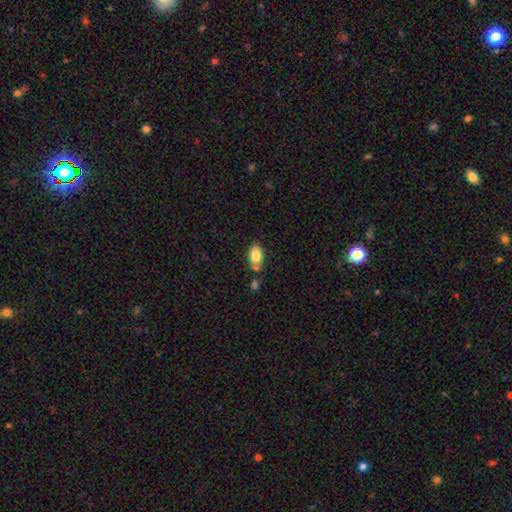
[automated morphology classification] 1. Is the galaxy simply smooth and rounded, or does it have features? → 82% smooth, 10% featured or disk, 8% star or artifact.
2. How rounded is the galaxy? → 89% in between, 9% round, 2% cigar-shaped.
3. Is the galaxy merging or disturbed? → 59% none, 20% merger, 17% minor disturbance, 4% major disturbance.